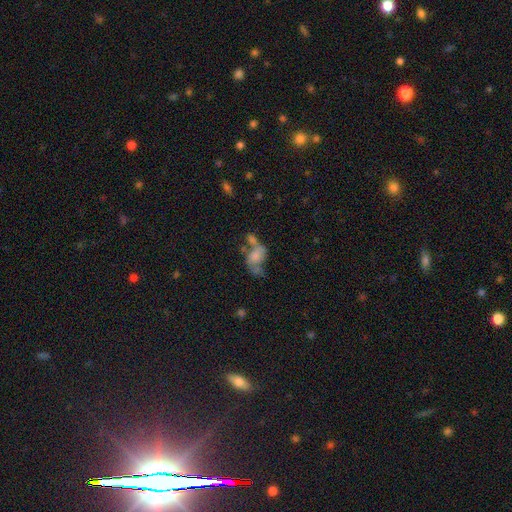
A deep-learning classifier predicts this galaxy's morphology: Smooth or featured? Predicted: smooth (p=0.52). How rounded? Predicted: in between (p=0.82). Merging? Predicted: merger (p=0.39).